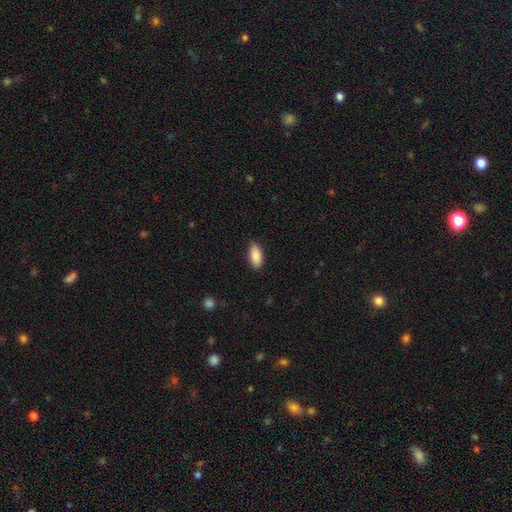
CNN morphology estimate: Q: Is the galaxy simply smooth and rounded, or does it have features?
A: smooth — 90%.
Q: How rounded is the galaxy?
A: in between — 88%.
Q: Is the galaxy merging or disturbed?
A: none — 88%.